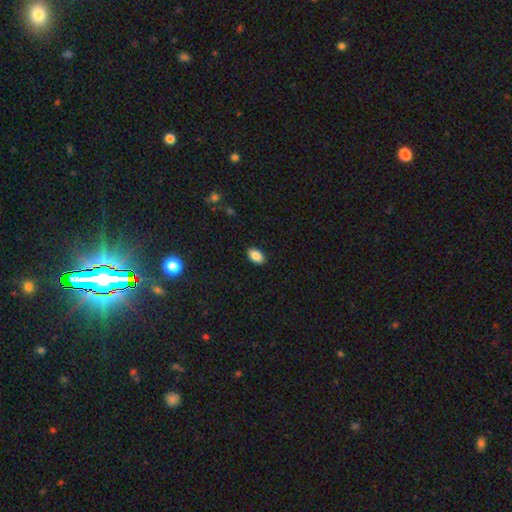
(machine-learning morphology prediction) Smooth or featured? smooth (86%)
How rounded? in between (92%)
Merging? none (89%)